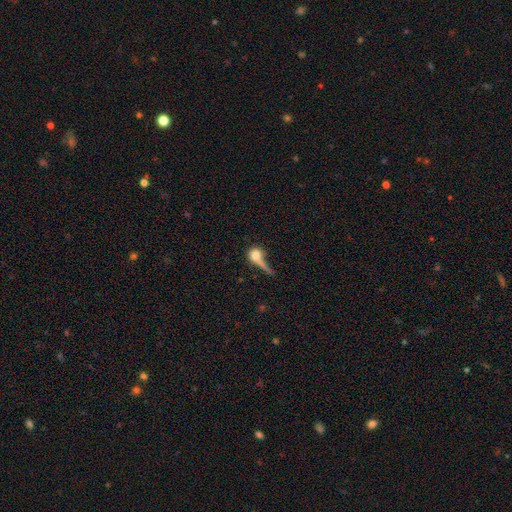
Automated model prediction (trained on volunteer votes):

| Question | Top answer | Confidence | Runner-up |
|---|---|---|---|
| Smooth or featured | smooth | 64% | featured or disk (25%) |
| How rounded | round | 58% | in between (30%) |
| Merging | major disturbance | 40% | none (27%) |